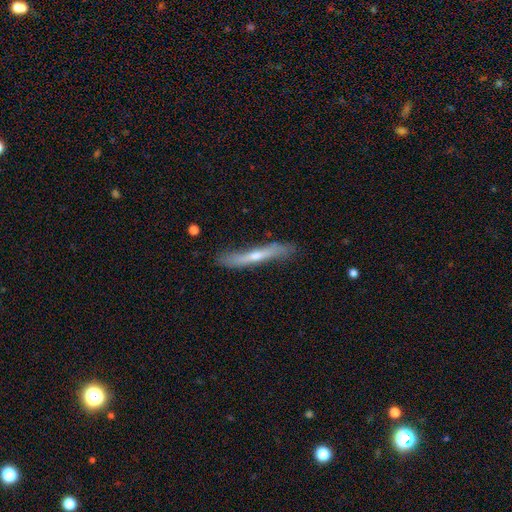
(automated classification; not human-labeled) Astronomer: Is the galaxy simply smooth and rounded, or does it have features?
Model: featured or disk — 57% (runner-up: smooth, 36%).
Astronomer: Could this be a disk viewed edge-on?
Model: yes — 87%.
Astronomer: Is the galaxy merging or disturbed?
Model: none — 78%.